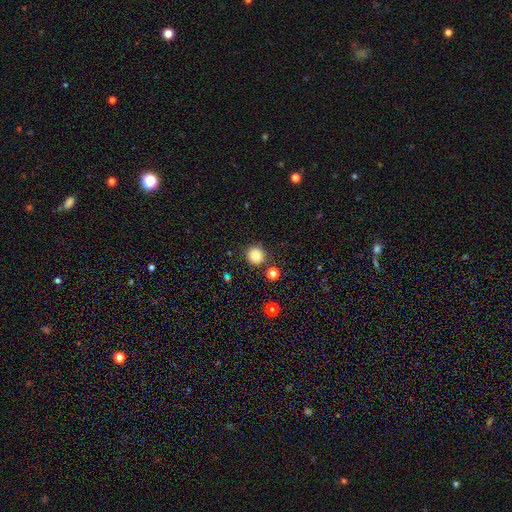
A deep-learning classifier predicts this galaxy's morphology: smooth_or_featured: smooth (p=0.83) [alt: star or artifact p=0.12]
how_rounded: round (p=0.93) [alt: in between p=0.06]
merging: none (p=0.86) [alt: minor disturbance p=0.08]